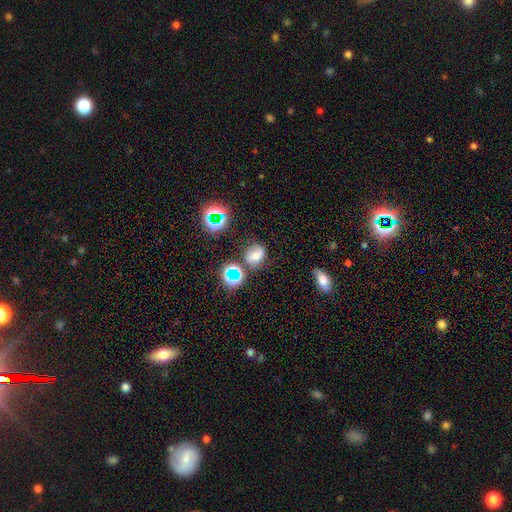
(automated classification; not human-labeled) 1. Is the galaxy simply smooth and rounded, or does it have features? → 47% smooth, 29% featured or disk, 24% star or artifact.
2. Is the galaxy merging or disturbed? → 66% none, 19% minor disturbance, 8% merger, 7% major disturbance.